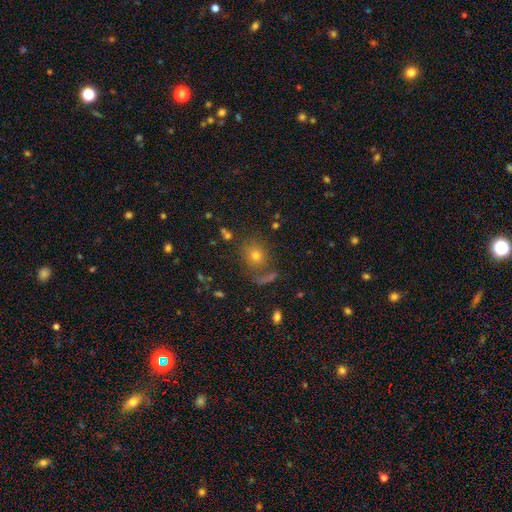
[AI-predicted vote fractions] A smooth galaxy with no disk features (65%) that is round (74%). Merging: none (71%).